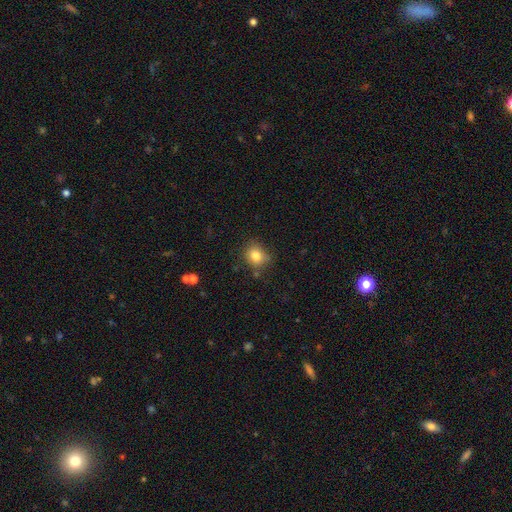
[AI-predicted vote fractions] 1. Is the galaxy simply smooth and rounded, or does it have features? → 82% smooth, 11% star or artifact, 7% featured or disk.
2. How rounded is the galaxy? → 70% round, 29% in between, 1% cigar-shaped.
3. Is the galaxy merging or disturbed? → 73% none, 19% minor disturbance, 4% major disturbance, 4% merger.